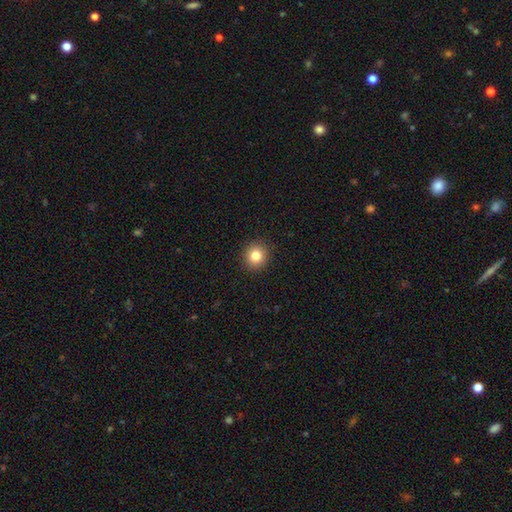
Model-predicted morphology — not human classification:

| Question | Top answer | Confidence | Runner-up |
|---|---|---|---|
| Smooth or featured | smooth | 82% | star or artifact (11%) |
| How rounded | round | 91% | in between (8%) |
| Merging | none | 92% | minor disturbance (5%) |